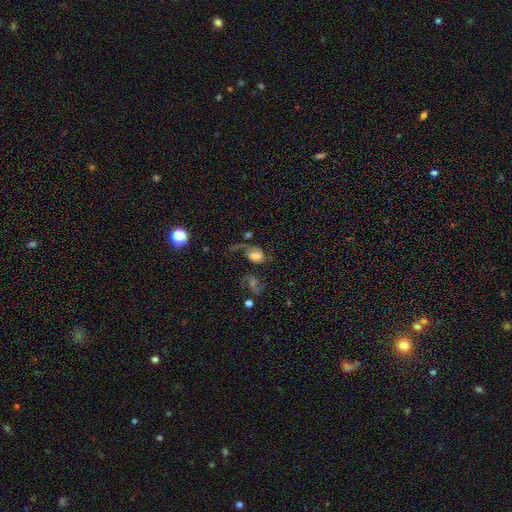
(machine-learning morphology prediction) The model was most divided on "smooth or featured": featured or disk: 49%, smooth: 39%, star or artifact: 12%. Remaining: merging — major disturbance (40%).